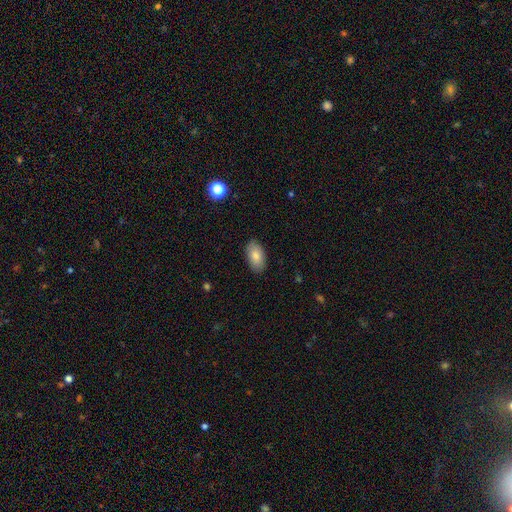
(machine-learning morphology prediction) This appears to be a smooth galaxy with no disk features (84%) that is in between round and cigar-shaped (94%). Merging: none (87%).